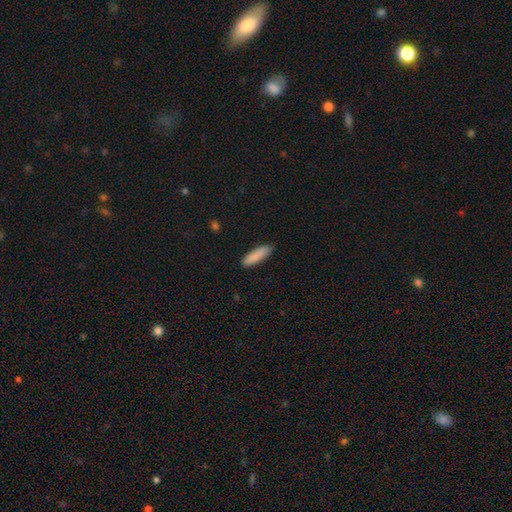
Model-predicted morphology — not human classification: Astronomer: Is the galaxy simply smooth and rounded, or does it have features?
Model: smooth — 88%.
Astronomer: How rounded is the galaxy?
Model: cigar-shaped — 67%.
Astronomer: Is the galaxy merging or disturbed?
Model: none — 87%.